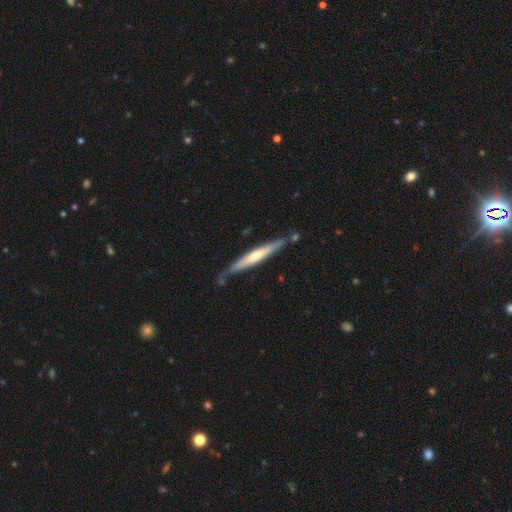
smooth 49% (tied), featured or disk 49% (tied), star or artifact 3%. Down the decision tree: how rounded — cigar-shaped (100%); merging — none (78%).